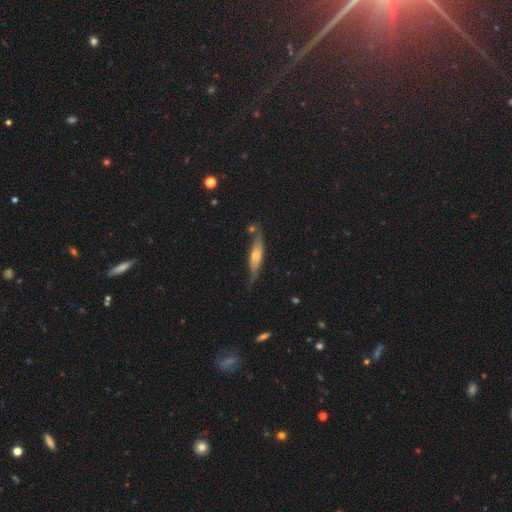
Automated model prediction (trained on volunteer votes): This is possibly a featured or disk galaxy (50%). Merging: likely none (68%).